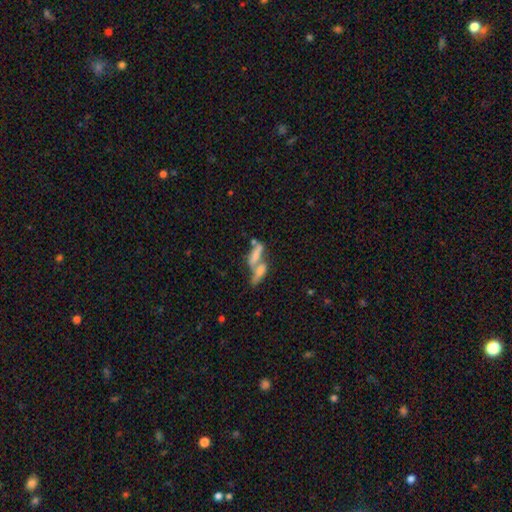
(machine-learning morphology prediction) Smooth or featured? smooth (44%)
Merging? merger (59%)